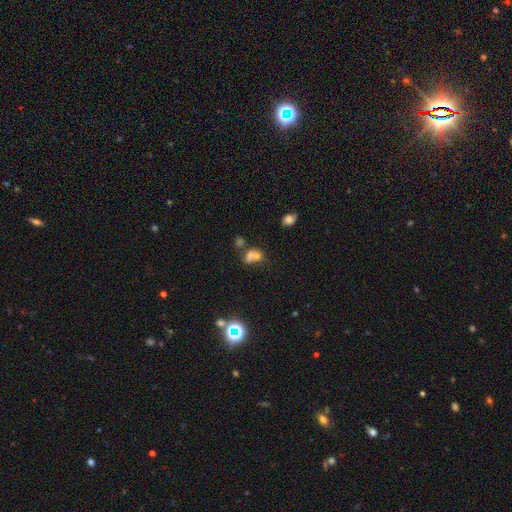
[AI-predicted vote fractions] smooth 63%, featured or disk 19%, star or artifact 18%. Down the decision tree: how rounded — round (52%); merging — merger (62%).